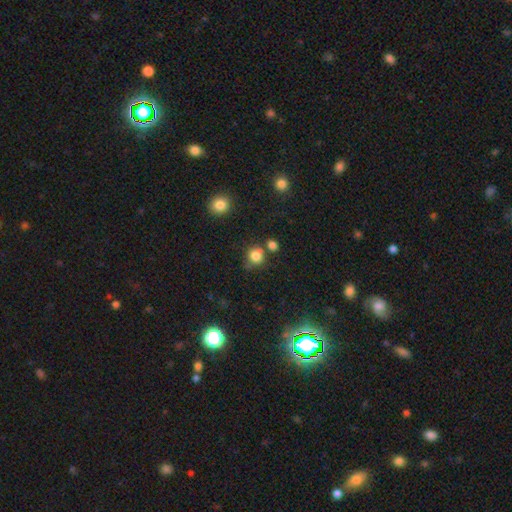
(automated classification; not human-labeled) Smooth or featured?
  - smooth: 80% *
  - star or artifact: 13%
  - featured or disk: 7%
How rounded?
  - round: 82% *
  - in between: 17%
  - cigar-shaped: 1%
Merging?
  - none: 60% *
  - merger: 21%
  - minor disturbance: 14%
  - major disturbance: 5%